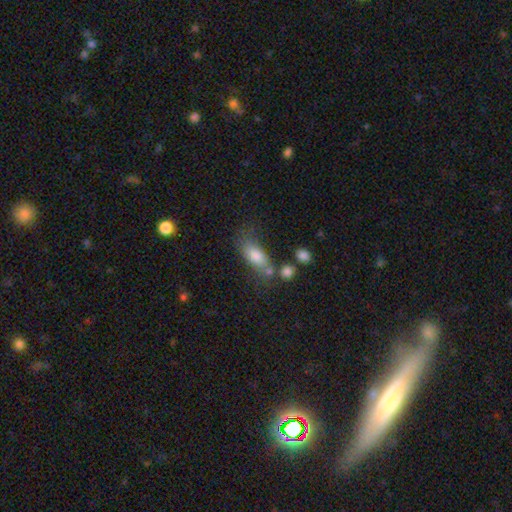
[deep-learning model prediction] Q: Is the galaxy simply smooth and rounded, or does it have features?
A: smooth — 78%.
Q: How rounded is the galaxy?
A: in between — 80%.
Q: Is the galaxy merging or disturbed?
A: none — 52%.